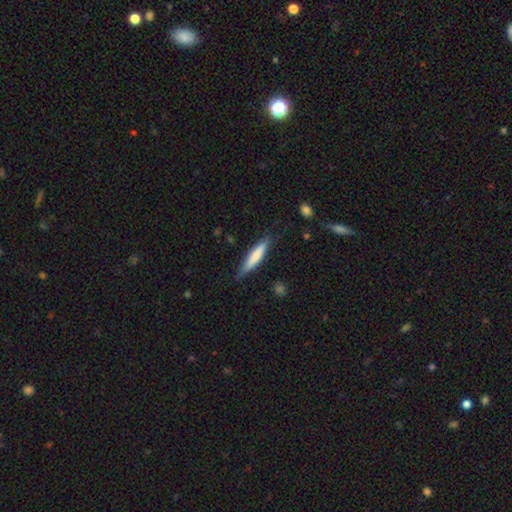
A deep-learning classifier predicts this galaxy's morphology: Smooth or featured? Predicted: smooth (p=0.68). How rounded? Predicted: cigar-shaped (p=0.85). Merging? Predicted: none (p=0.78).